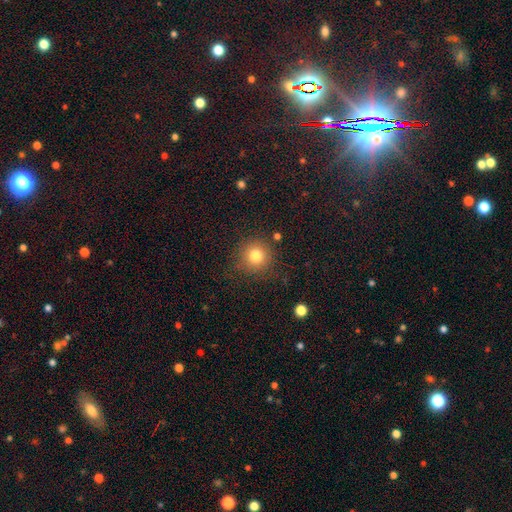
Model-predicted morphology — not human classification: The model was most divided on "smooth or featured": smooth: 80%, star or artifact: 12%, featured or disk: 8%. More confident: how rounded — round (94%); merging — none (84%).